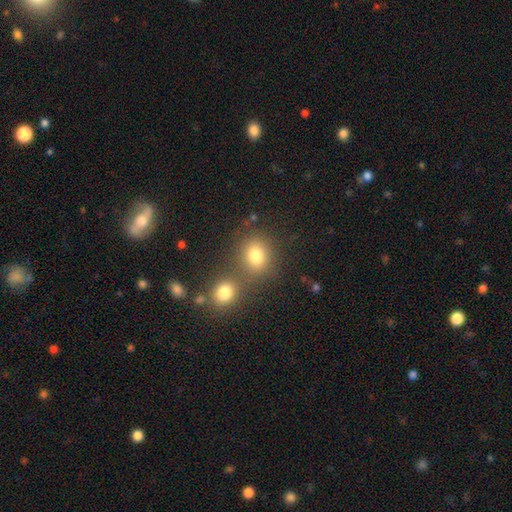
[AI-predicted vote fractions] Overall: smooth (79%). How rounded: round (69%; in between 30%). Merging: none (56%; merger 31%).